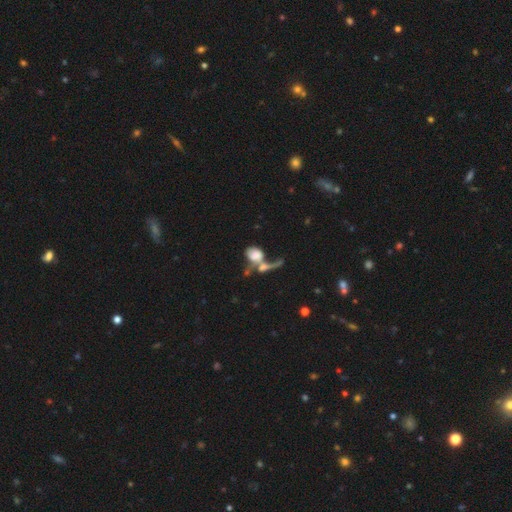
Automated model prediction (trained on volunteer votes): This is likely a smooth galaxy (60%). How rounded: possibly in between (59%). Merging: possibly merger (58%).